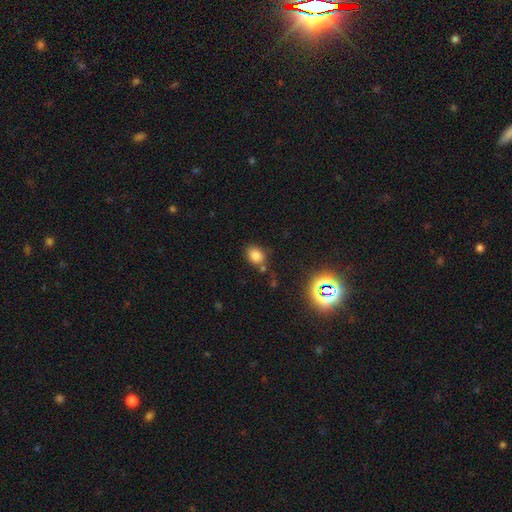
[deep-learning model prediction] smooth_or_featured: smooth (p=0.78) [alt: star or artifact p=0.15]
how_rounded: in between (p=0.54) [alt: round p=0.45]
merging: none (p=0.69) [alt: minor disturbance p=0.17]